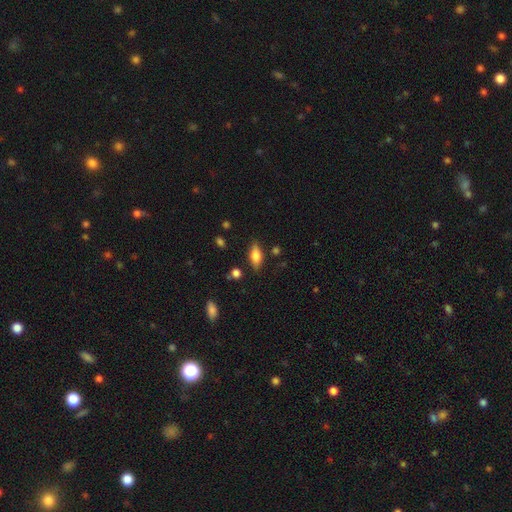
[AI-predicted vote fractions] Smooth or featured? Predicted: smooth (p=0.67). How rounded? Predicted: in between (p=0.80). Merging? Predicted: none (p=0.81).